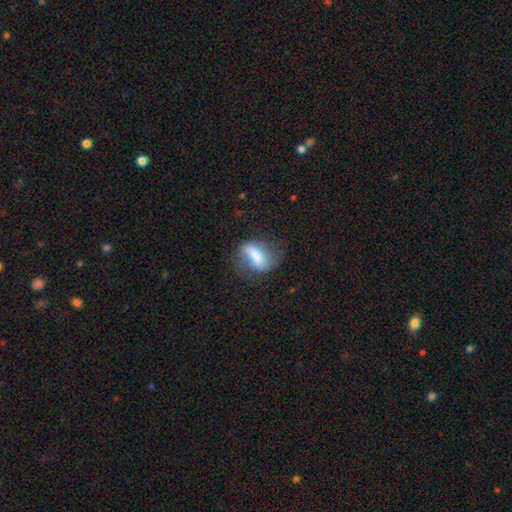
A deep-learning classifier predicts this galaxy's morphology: smooth 51%, featured or disk 40%, star or artifact 9%. Down the decision tree: how rounded — in between (72%); merging — none (51%).